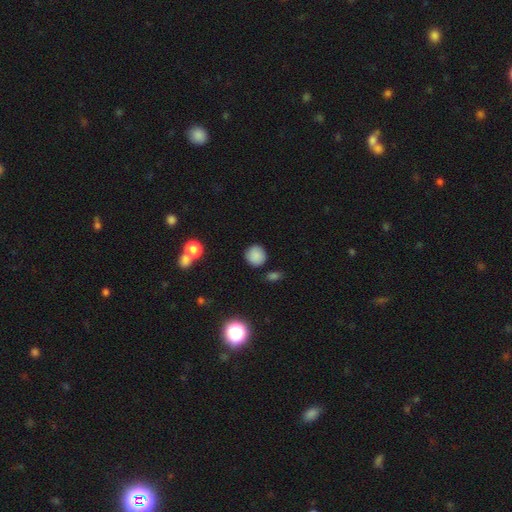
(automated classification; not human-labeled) smooth 85%, star or artifact 10%, featured or disk 5%. Down the decision tree: how rounded — round (88%); merging — none (83%).